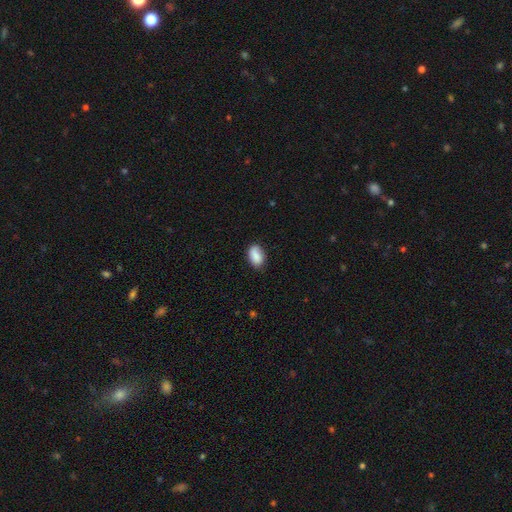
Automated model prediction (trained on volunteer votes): smooth 86%, star or artifact 7%, featured or disk 7%. Down the decision tree: how rounded — in between (89%); merging — none (73%).